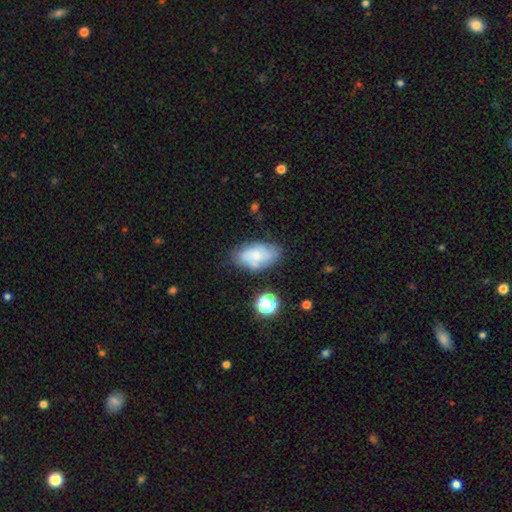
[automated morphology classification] Overall: smooth (53%; featured or disk 37%). How rounded: in between (90%). Merging: none (61%; minor disturbance 24%).